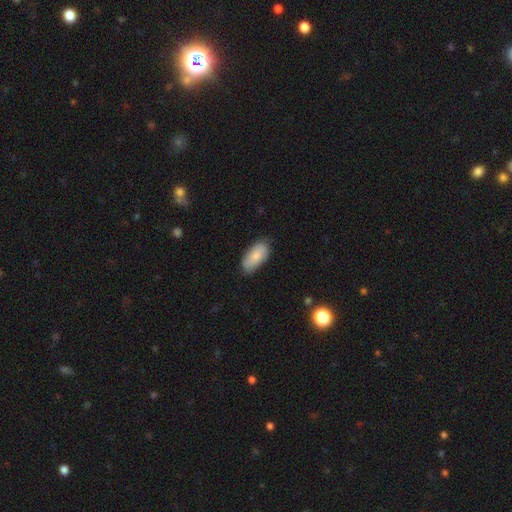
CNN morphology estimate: Overall: smooth (83%). How rounded: in between (92%). Merging: none (77%).